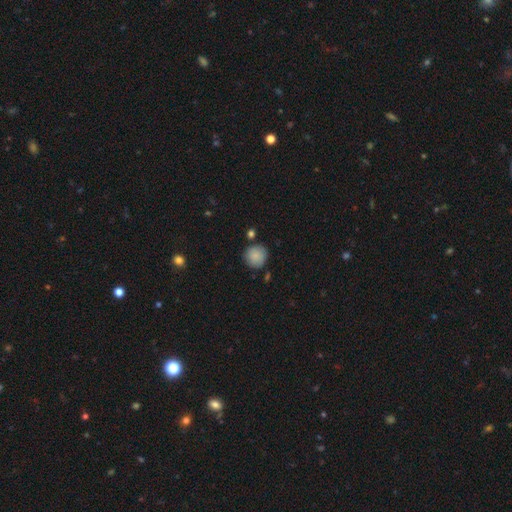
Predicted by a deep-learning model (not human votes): Q: Smooth or featured?
A: smooth (87%); runner-up: star or artifact (8%)
Q: How rounded?
A: round (93%); runner-up: in between (6%)
Q: Merging?
A: none (81%); runner-up: minor disturbance (12%)